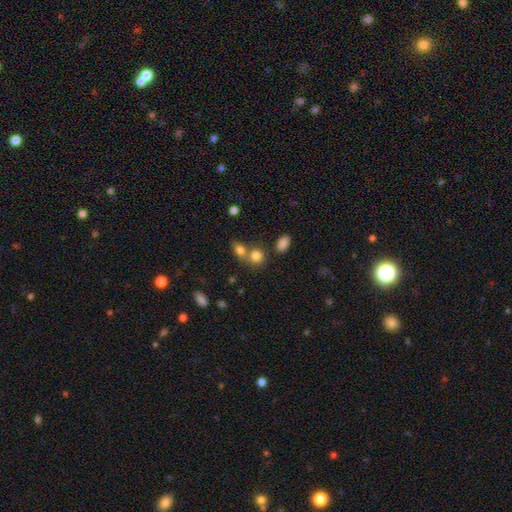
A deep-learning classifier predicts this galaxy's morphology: The model was most divided on "merging": none: 46%, merger: 42%, minor disturbance: 8%, major disturbance: 4%. More confident: smooth or featured — smooth (80%); how rounded — round (70%).